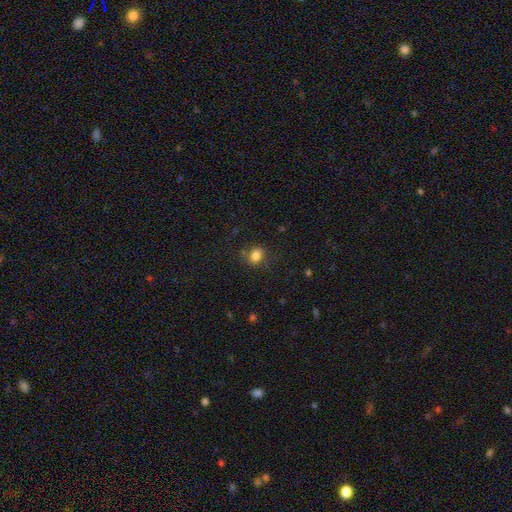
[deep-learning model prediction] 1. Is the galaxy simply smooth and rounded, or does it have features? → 81% smooth, 12% star or artifact, 7% featured or disk.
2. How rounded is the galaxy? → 58% in between, 41% round, 1% cigar-shaped.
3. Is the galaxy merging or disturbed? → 72% none, 18% minor disturbance, 7% major disturbance, 4% merger.